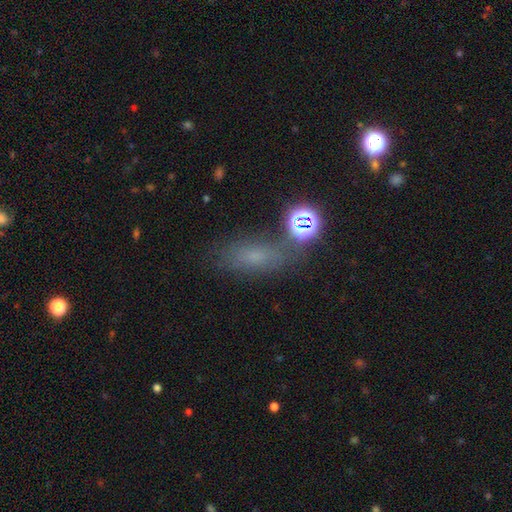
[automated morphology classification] smooth_or_featured: smooth (p=0.56) [alt: star or artifact p=0.28]
how_rounded: in between (p=0.70) [alt: cigar-shaped p=0.18]
merging: none (p=0.67) [alt: minor disturbance p=0.17]